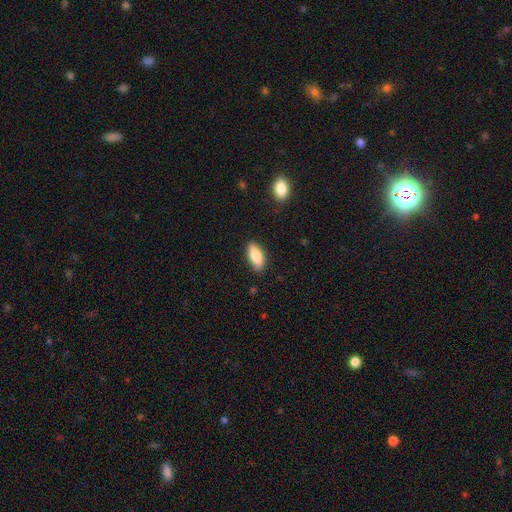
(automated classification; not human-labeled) Smooth or featured?
  - smooth: 76% *
  - featured or disk: 18%
  - star or artifact: 7%
How rounded?
  - in between: 77% *
  - cigar-shaped: 20%
  - round: 3%
Merging?
  - none: 84% *
  - minor disturbance: 12%
  - major disturbance: 2%
  - merger: 1%